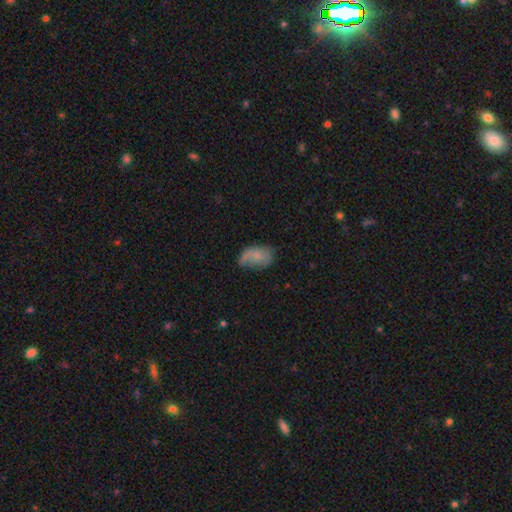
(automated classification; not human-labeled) Smooth or featured? Predicted: smooth (p=0.62). How rounded? Predicted: in between (p=0.90). Merging? Predicted: none (p=0.43).